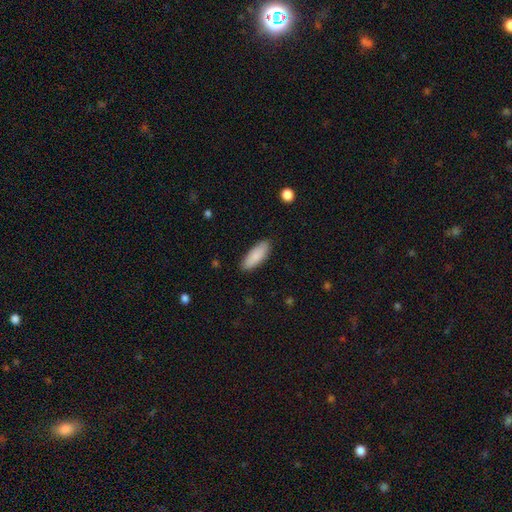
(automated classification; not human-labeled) smooth-or-featured: smooth: 87% | featured or disk: 7% | star or artifact: 6%
  how-rounded: in between: 74% | cigar-shaped: 25% | round: 2%
  merging: none: 87% | minor disturbance: 10% | major disturbance: 2% | merger: 1%